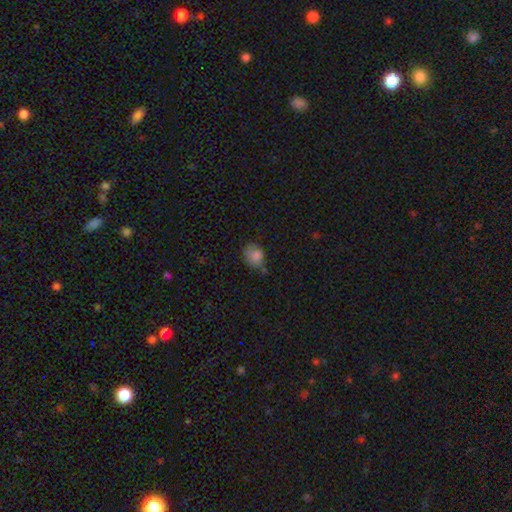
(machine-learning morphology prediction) This is clearly a smooth galaxy (80%). How rounded: possibly in between (50%). Merging: marginally none (43%).